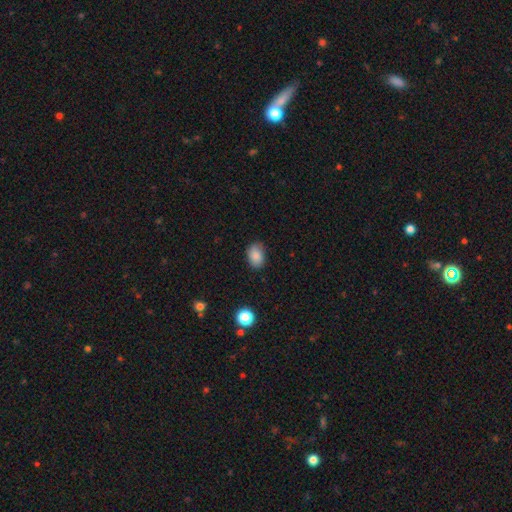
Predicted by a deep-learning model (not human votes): A smooth galaxy with no disk features (85%) that is in between round and cigar-shaped (81%).

Vote fractions:
- Smooth or featured? smooth: 85% / star or artifact: 9% / featured or disk: 6%
- How rounded? in between: 81% / round: 18% / cigar-shaped: 1%
- Merging? none: 81% / minor disturbance: 15% / major disturbance: 3% / merger: 1%